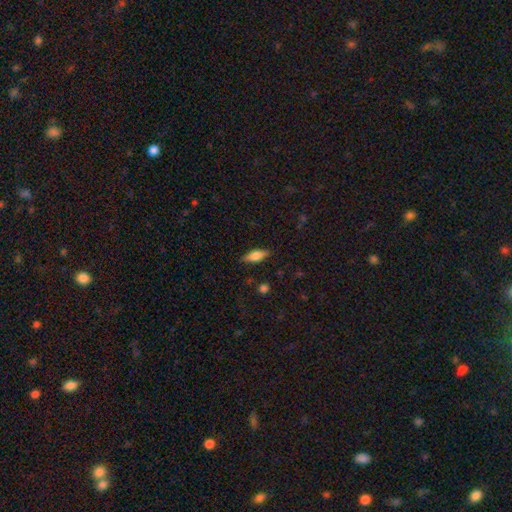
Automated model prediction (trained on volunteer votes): smooth_or_featured: smooth (p=0.65) [alt: featured or disk p=0.28]
how_rounded: in between (p=0.65) [alt: cigar-shaped p=0.32]
merging: none (p=0.86) [alt: minor disturbance p=0.11]